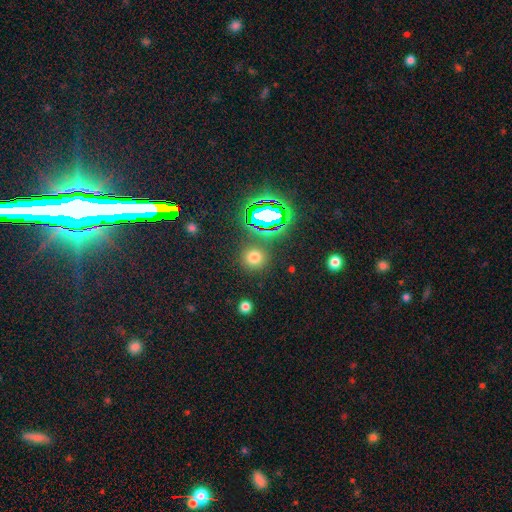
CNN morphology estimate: This appears to be a smooth galaxy with no disk features (58%) that is round (91%). Merging: none (87%).